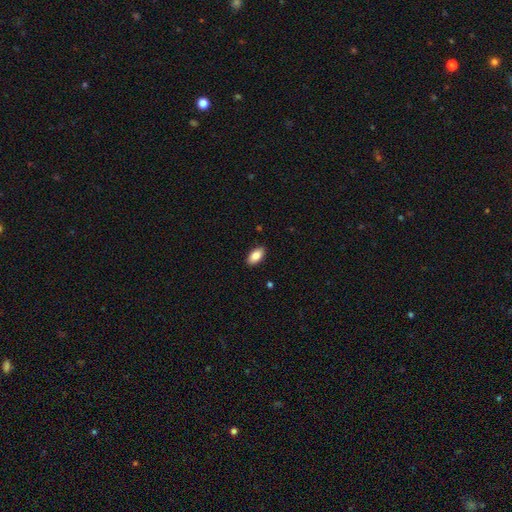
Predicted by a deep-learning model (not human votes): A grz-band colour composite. It shows a smooth galaxy with no disk features (85%) that is in between round and cigar-shaped (93%). Merging: none (89%).